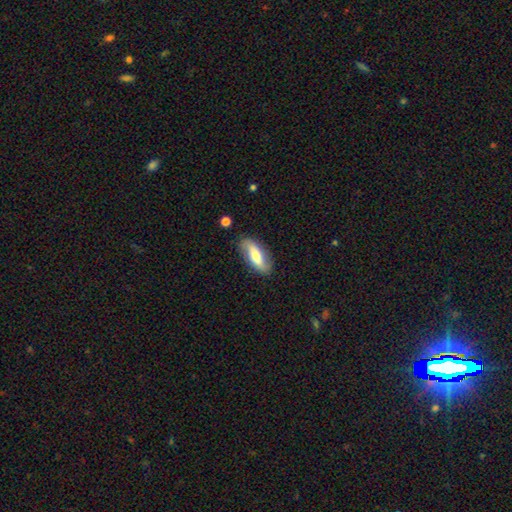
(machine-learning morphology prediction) Q: Smooth or featured?
A: smooth (53%); runner-up: featured or disk (41%)
Q: How rounded?
A: in between (73%); runner-up: cigar-shaped (24%)
Q: Merging?
A: none (82%); runner-up: minor disturbance (13%)